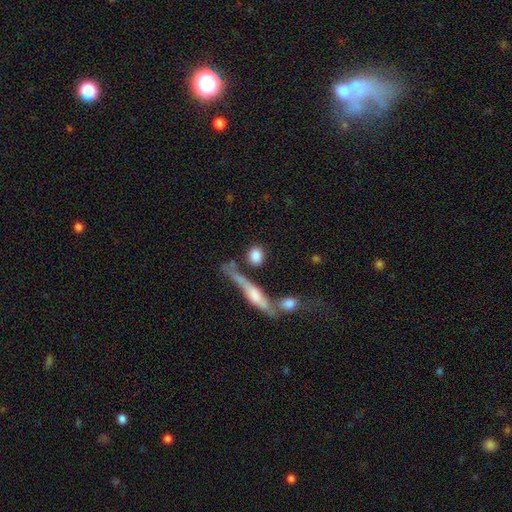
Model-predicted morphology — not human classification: Smooth or featured: smooth — 81% (featured or disk — 12%)
How rounded: round — 56% (in between — 33%)
Merging: none — 67% (merger — 15%)